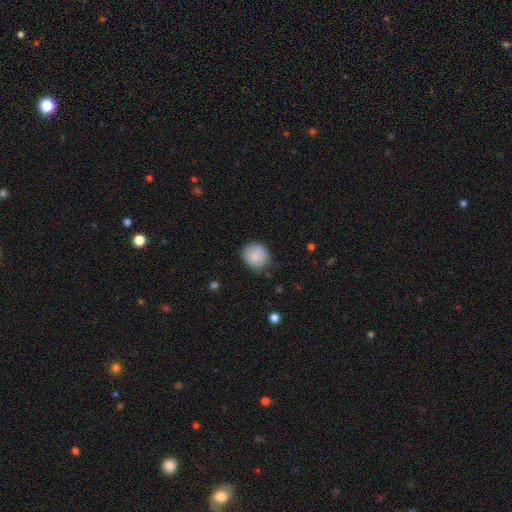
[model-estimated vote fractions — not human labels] smooth_or_featured: smooth (p=0.84) [alt: featured or disk p=0.09]
how_rounded: round (p=0.89) [alt: in between p=0.10]
merging: none (p=0.72) [alt: minor disturbance p=0.22]